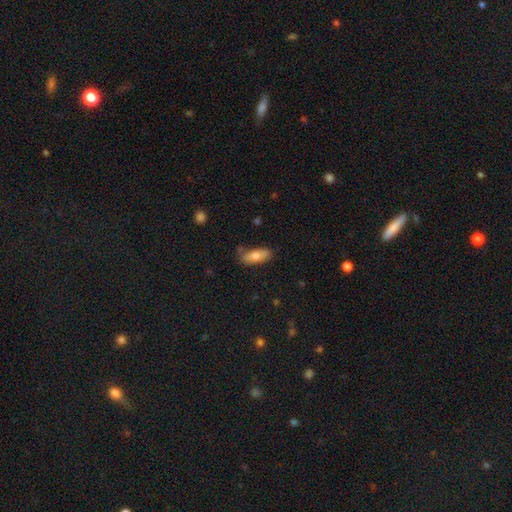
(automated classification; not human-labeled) Smooth or featured? Predicted: smooth (p=0.76). How rounded? Predicted: in between (p=0.73). Merging? Predicted: none (p=0.71).